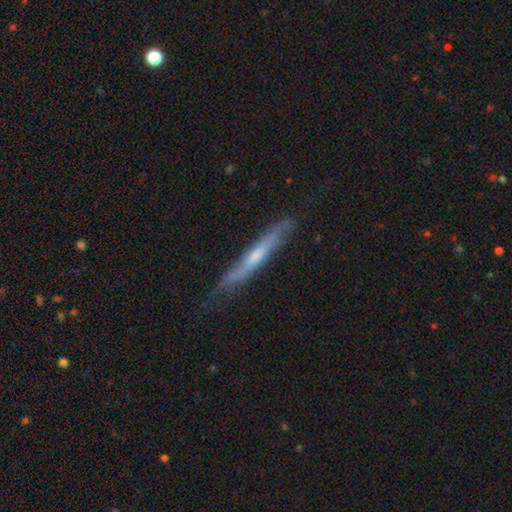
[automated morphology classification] Smooth or featured? Predicted: featured or disk (p=0.60). Edge-on disk? Predicted: yes (p=0.86). Edge-on bulge? Predicted: none (p=0.52). Merging? Predicted: none (p=0.69).